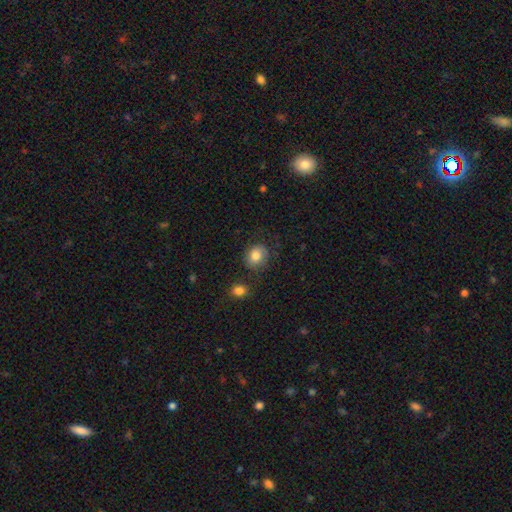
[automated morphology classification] smooth 82%, featured or disk 9%, star or artifact 9%. Down the decision tree: how rounded — round (66%); merging — none (73%).